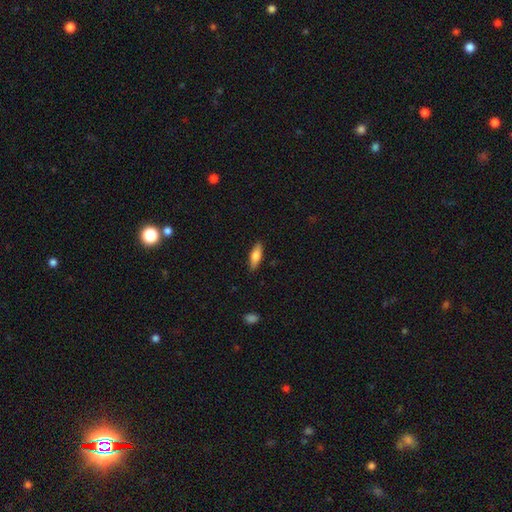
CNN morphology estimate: type=smooth (75%); roundness=in between (59%); merging=none (87%).